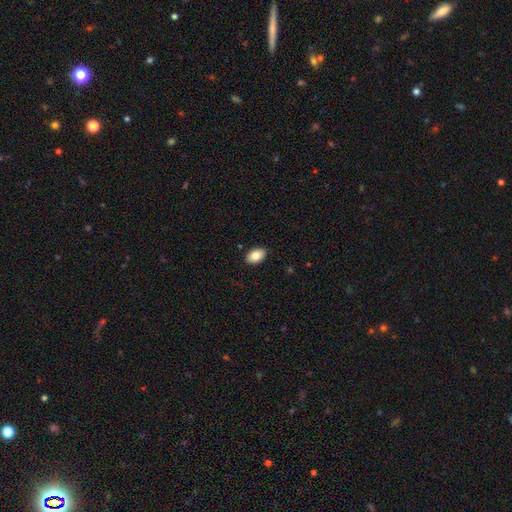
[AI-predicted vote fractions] smooth 84%, featured or disk 9%, star or artifact 7%. Down the decision tree: how rounded — in between (90%); merging — none (90%).